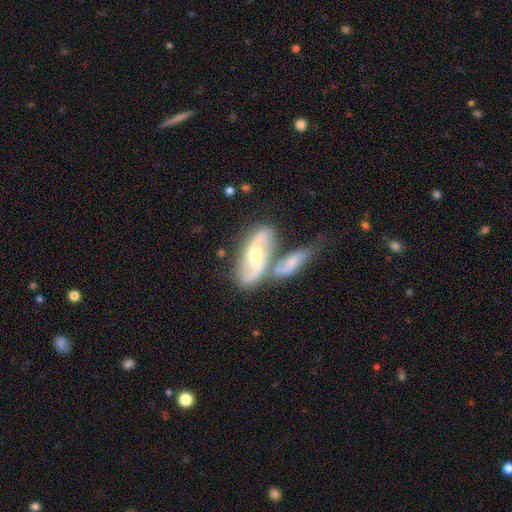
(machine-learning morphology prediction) smooth-or-featured: featured or disk: 75% | smooth: 19% | star or artifact: 6%
  disk-edge-on: no: 88% | yes: 12%
    bar: weak: 45% | strong: 31% | no: 23%
    has-spiral-arms: yes: 90% | no: 10%
      spiral-winding: loose: 57% | medium: 33% | tight: 10%
      spiral-arm-count: 2: 87% | can't tell: 6% | 1: 4% | 3: 1% | 4: 1% | more than 4: 1%
    bulge-size: moderate: 62% | small: 22% | large: 11% | none: 3% | dominant: 2%
  merging: merger: 43% | none: 37% | minor disturbance: 13% | major disturbance: 8%